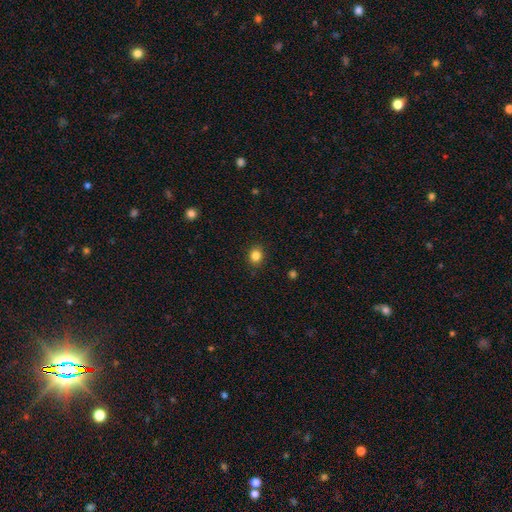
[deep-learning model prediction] This is clearly a smooth galaxy (84%). How rounded: likely round (72%). Merging: clearly none (89%).